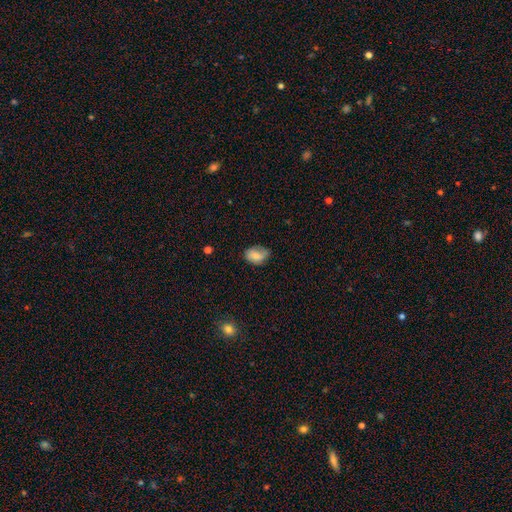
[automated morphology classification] Smooth or featured? Predicted: smooth (p=0.76). How rounded? Predicted: in between (p=0.81). Merging? Predicted: none (p=0.56).